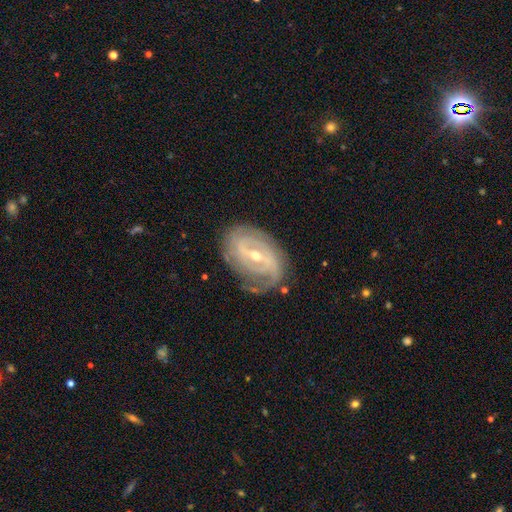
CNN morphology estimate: Smooth or featured: featured or disk — 88% (smooth — 6%)
Edge-on disk: no — 96% (yes — 4%)
Bar: weak — 43% (strong — 42%)
Spiral arms: yes — 95% (no — 5%)
Spiral winding: tight — 55% (medium — 34%)
Spiral arm count: 2 — 49% (can't tell — 21%)
Bulge size: small — 52% (moderate — 46%)
Merging: none — 69% (minor disturbance — 21%)